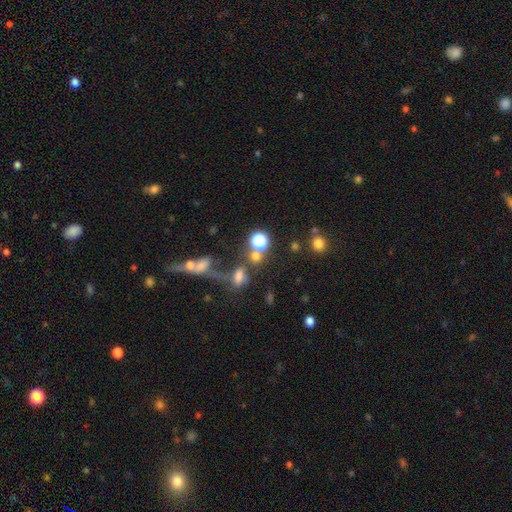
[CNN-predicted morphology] smooth_or_featured: smooth (p=0.48) [alt: star or artifact p=0.36]
merging: none (p=0.47) [alt: merger p=0.32]